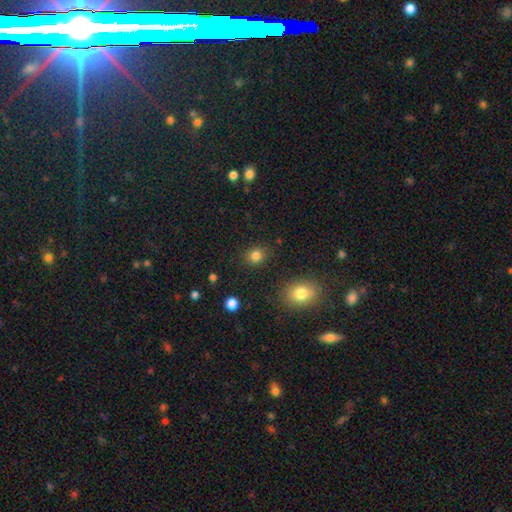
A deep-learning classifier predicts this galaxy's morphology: Smooth or featured?
  - smooth: 83% *
  - star or artifact: 12%
  - featured or disk: 5%
How rounded?
  - round: 73% *
  - in between: 26%
  - cigar-shaped: 1%
Merging?
  - none: 87% *
  - minor disturbance: 8%
  - major disturbance: 3%
  - merger: 2%